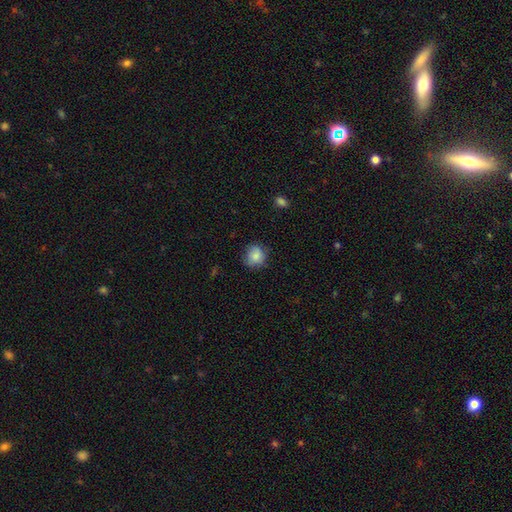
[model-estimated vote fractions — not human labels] A smooth galaxy with no disk features (84%) that is round (82%). Merging: none (73%).